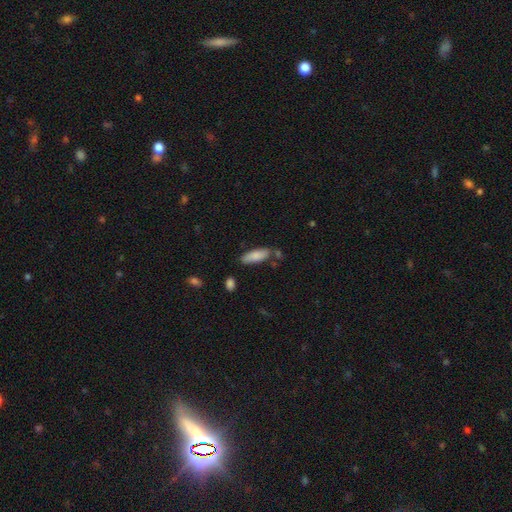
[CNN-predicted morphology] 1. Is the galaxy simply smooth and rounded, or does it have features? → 83% smooth, 10% featured or disk, 6% star or artifact.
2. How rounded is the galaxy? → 60% in between, 39% cigar-shaped, 2% round.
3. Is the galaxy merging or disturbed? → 72% none, 17% minor disturbance, 7% merger, 4% major disturbance.